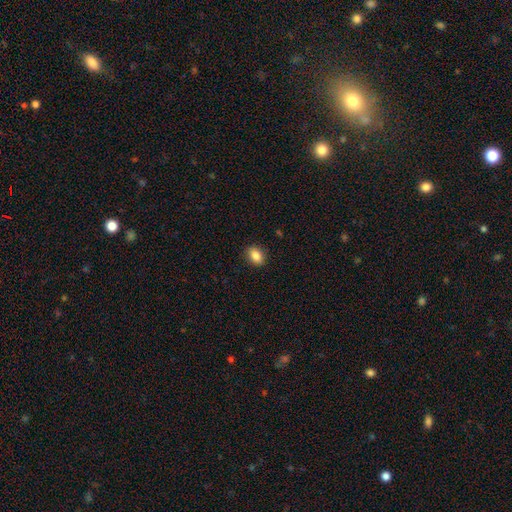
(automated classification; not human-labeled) Q: Smooth or featured?
A: smooth (87%); runner-up: star or artifact (8%)
Q: How rounded?
A: in between (75%); runner-up: round (24%)
Q: Merging?
A: none (89%); runner-up: minor disturbance (8%)